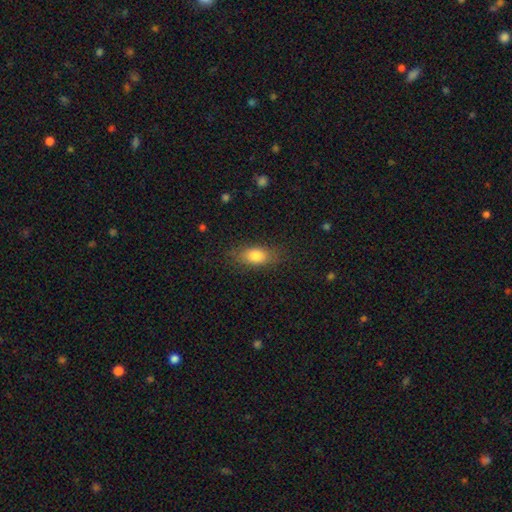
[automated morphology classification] This appears to be a smooth galaxy with no disk features (80%) that is in between round and cigar-shaped (84%). Merging: none (79%).